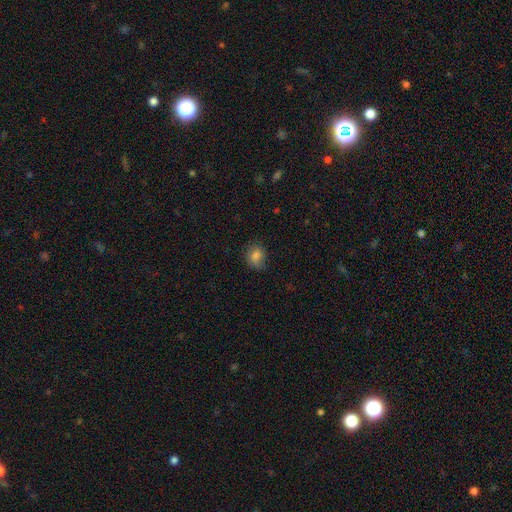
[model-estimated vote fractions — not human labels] The model was most divided on "how rounded": in between: 51%, round: 48%, cigar-shaped: 1%. More confident: smooth or featured — smooth (81%); merging — none (68%).